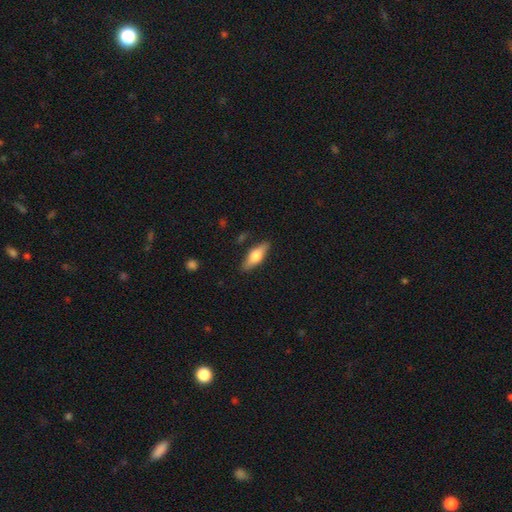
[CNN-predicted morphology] smooth_or_featured: smooth (p=0.51) [alt: featured or disk p=0.43]
how_rounded: in between (p=0.57) [alt: cigar-shaped p=0.40]
merging: none (p=0.86) [alt: minor disturbance p=0.11]